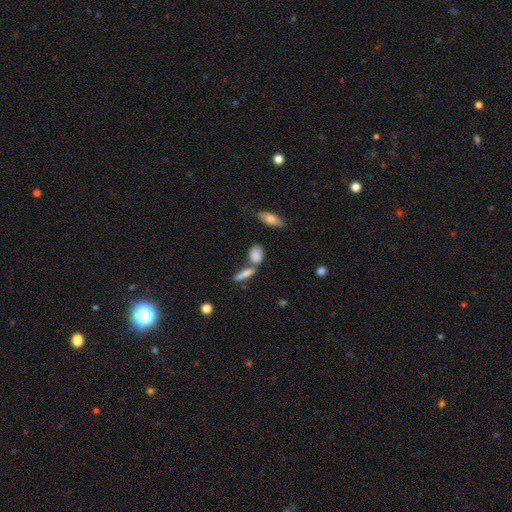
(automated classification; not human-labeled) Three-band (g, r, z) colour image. It shows a smooth galaxy with no disk features (80%) that is in between round and cigar-shaped (64%). Merging: none (52%).